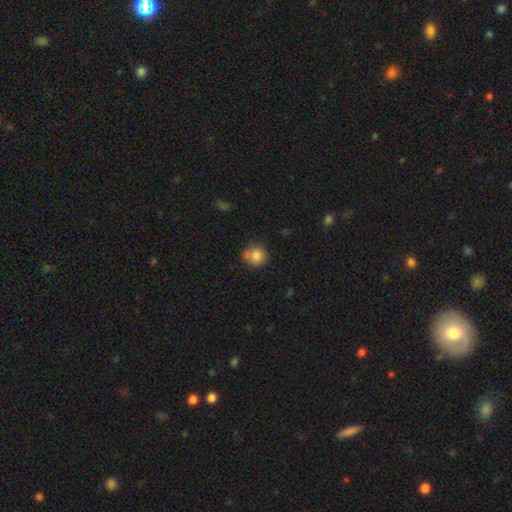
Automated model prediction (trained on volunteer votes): This appears to be a smooth galaxy with no disk features (83%) that is round (85%). Merging: none (61%).